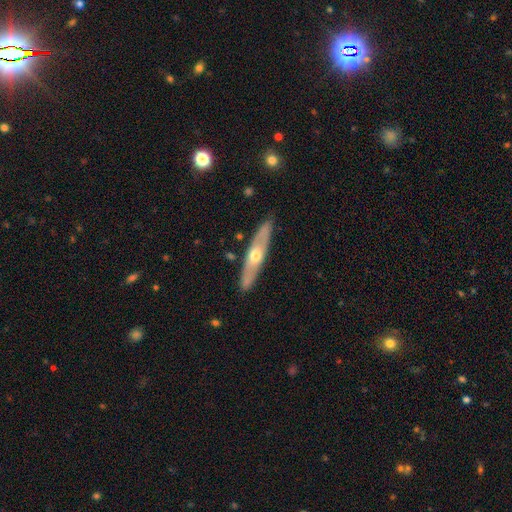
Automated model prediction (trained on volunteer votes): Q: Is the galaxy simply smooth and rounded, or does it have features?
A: featured or disk — 57%.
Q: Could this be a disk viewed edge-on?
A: yes — 76%.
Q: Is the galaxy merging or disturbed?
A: none — 87%.